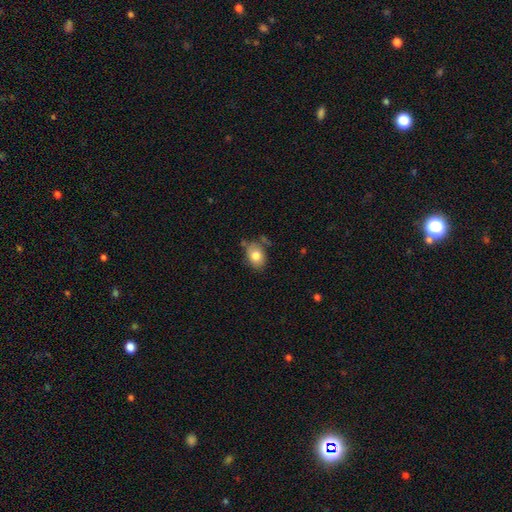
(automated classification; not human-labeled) The model was most divided on "how rounded": in between: 72%, round: 27%, cigar-shaped: 1%. More confident: smooth or featured — smooth (80%); merging — none (67%).